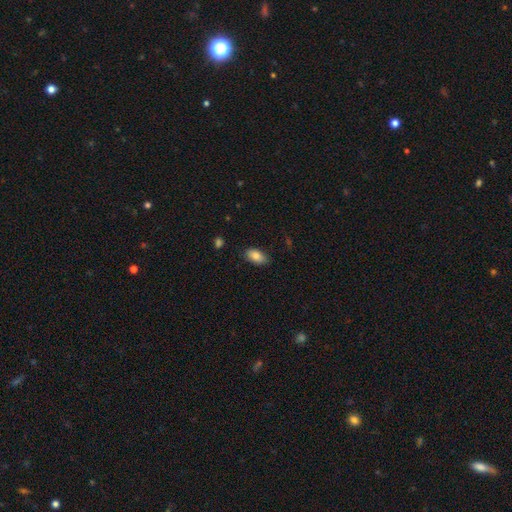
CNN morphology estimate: A smooth galaxy with no disk features (85%) that is in between round and cigar-shaped (93%). Merging: none (82%).